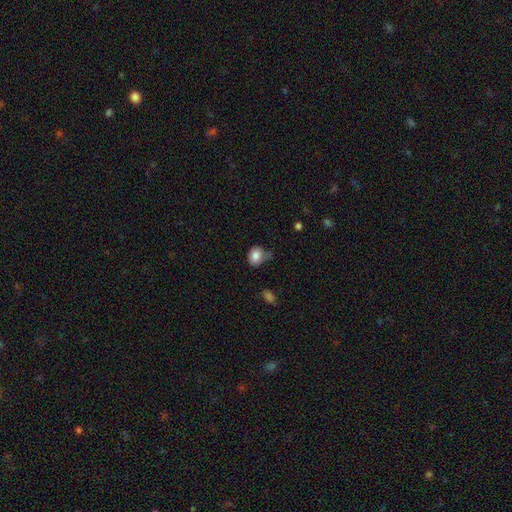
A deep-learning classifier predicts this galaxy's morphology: A smooth galaxy with no disk features (83%) that is round (54%).

Vote fractions:
- Smooth or featured? smooth: 83% / star or artifact: 9% / featured or disk: 8%
- How rounded? round: 54% / in between: 45% / cigar-shaped: 1%
- Merging? none: 49% / minor disturbance: 36% / major disturbance: 11% / merger: 5%